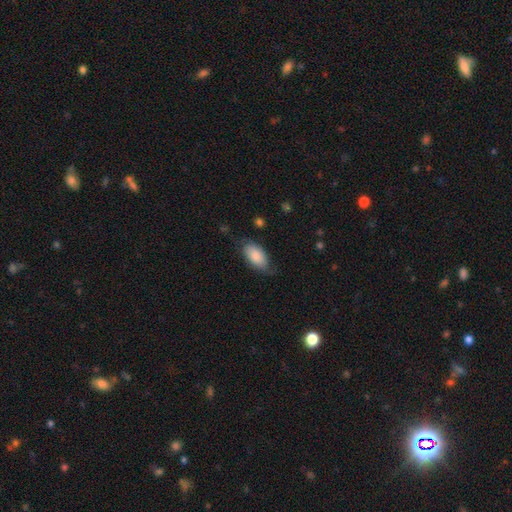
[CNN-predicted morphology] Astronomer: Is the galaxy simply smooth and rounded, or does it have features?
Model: smooth — 81%.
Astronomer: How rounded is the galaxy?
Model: in between — 94%.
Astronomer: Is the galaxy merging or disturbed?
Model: none — 64%.